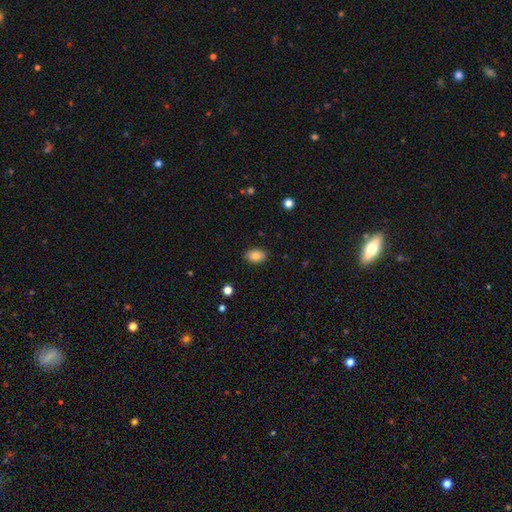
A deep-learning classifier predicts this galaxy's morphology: Smooth or featured? smooth (83%)
How rounded? in between (85%)
Merging? none (86%)